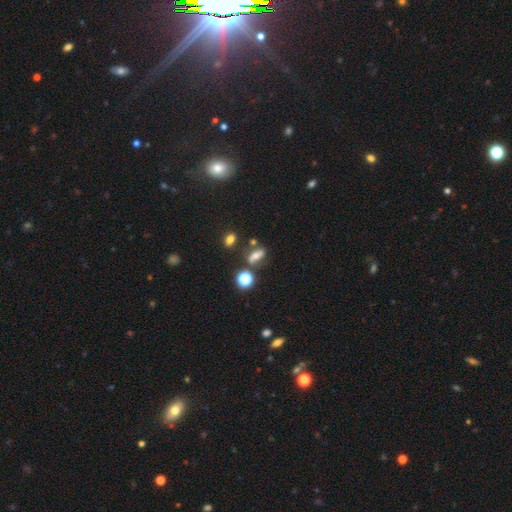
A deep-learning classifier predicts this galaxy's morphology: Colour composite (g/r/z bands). It shows a smooth galaxy with no disk features (50%). Merging: none (66%).